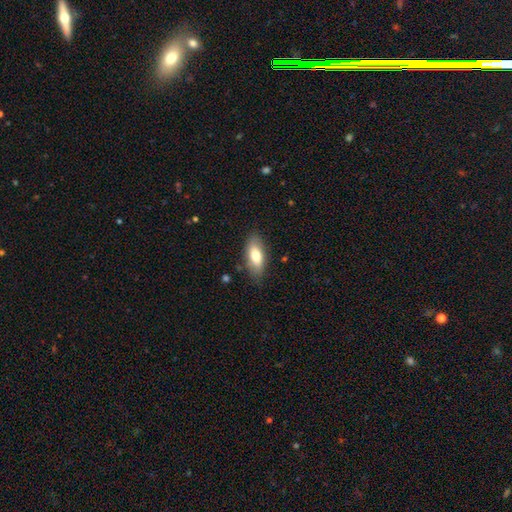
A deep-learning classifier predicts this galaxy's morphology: smooth_or_featured: smooth (p=0.75) [alt: featured or disk p=0.18]
how_rounded: in between (p=0.79) [alt: cigar-shaped p=0.19]
merging: none (p=0.81) [alt: minor disturbance p=0.14]